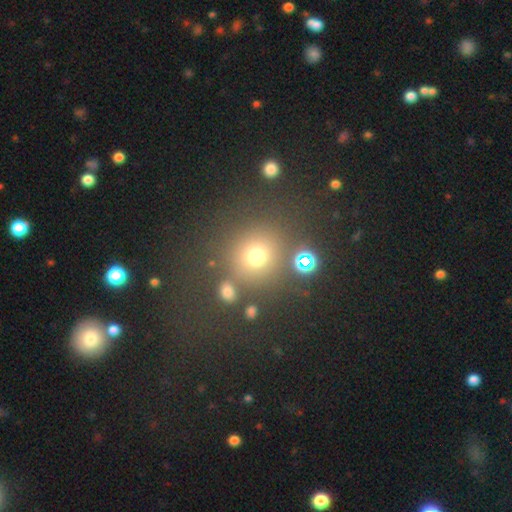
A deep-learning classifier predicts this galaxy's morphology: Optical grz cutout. It shows a smooth galaxy with no disk features (70%) that is round (88%). Merging: none (76%).